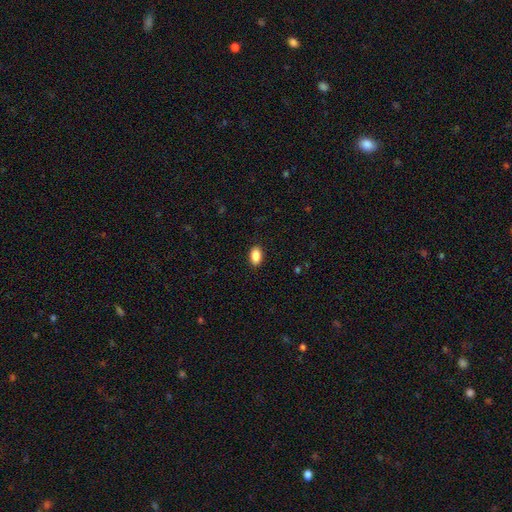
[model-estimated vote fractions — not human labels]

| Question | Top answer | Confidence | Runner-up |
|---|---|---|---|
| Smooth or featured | smooth | 90% | star or artifact (7%) |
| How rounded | in between | 91% | round (7%) |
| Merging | none | 89% | minor disturbance (8%) |